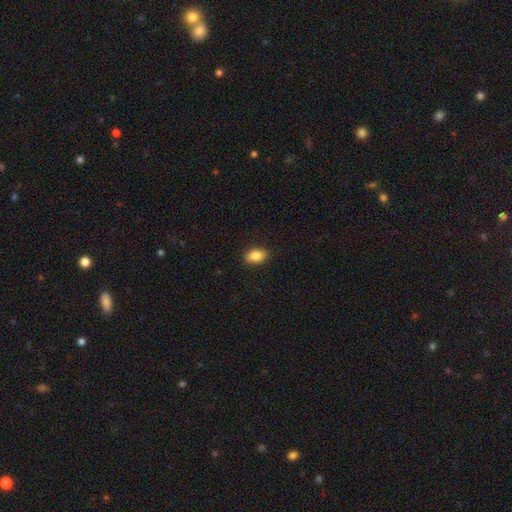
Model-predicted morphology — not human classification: type=smooth (86%); roundness=in between (86%); merging=none (89%).